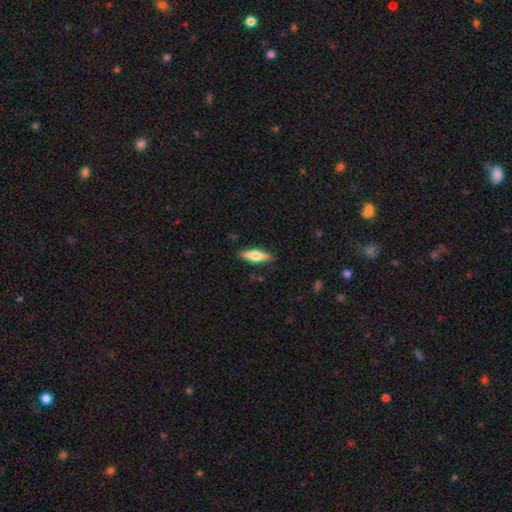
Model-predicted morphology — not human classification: Smooth or featured? smooth (54%)
How rounded? cigar-shaped (49%)
Merging? none (88%)